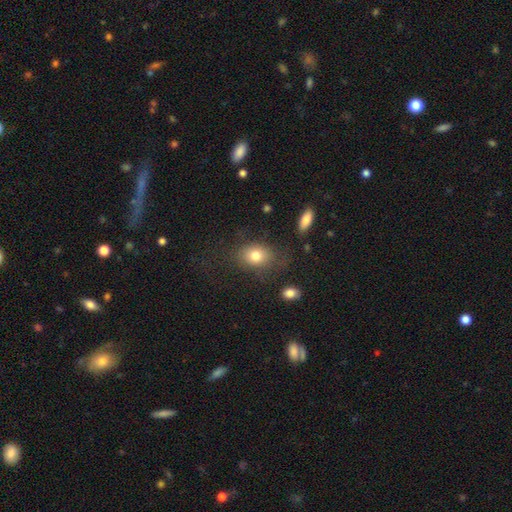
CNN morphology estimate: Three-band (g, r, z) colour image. It shows a smooth galaxy with no disk features (78%) that is in between round and cigar-shaped (60%). Merging: none (67%).